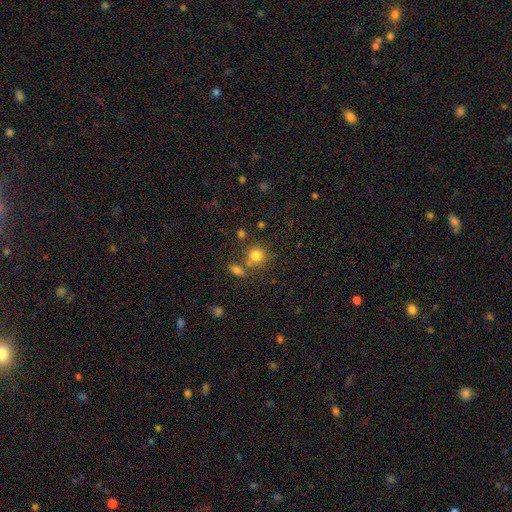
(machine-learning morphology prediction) smooth_or_featured: smooth (p=0.81) [alt: star or artifact p=0.12]
how_rounded: round (p=0.83) [alt: in between p=0.16]
merging: none (p=0.63) [alt: merger p=0.19]